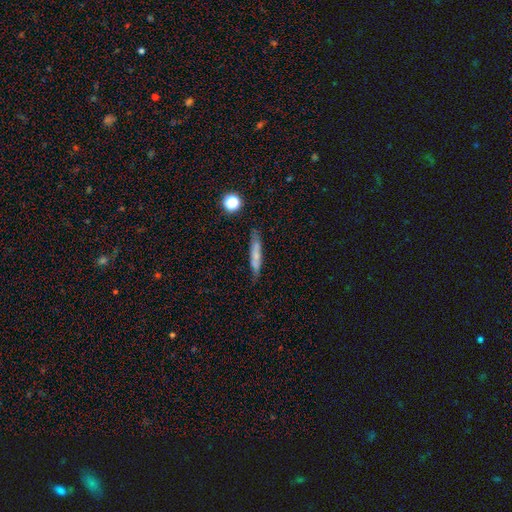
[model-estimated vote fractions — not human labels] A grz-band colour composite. It shows a smooth galaxy with no disk features (63%) that is cigar-shaped (88%). Merging: none (77%).